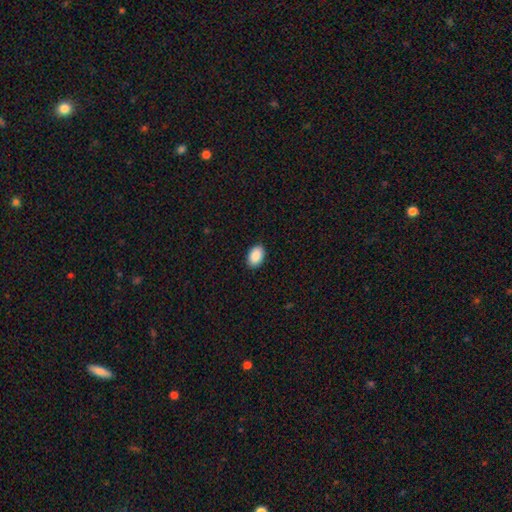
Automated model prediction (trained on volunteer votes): Smooth or featured?
  - smooth: 91% *
  - star or artifact: 6%
  - featured or disk: 2%
How rounded?
  - in between: 88% *
  - round: 11%
  - cigar-shaped: 1%
Merging?
  - none: 90% *
  - minor disturbance: 7%
  - major disturbance: 2%
  - merger: 1%